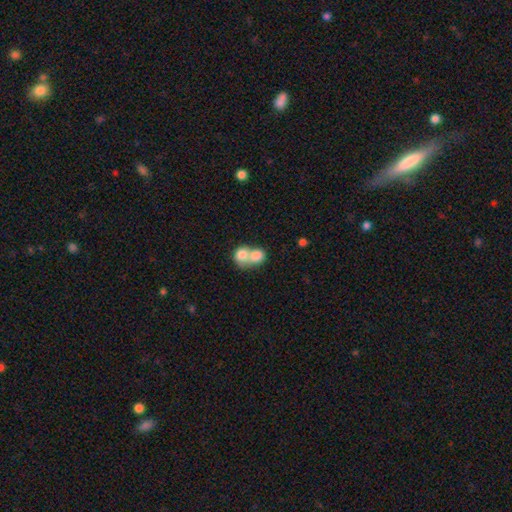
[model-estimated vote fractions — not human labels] A smooth galaxy with no disk features (77%) that is round (63%).

Vote fractions:
- Smooth or featured? smooth: 77% / featured or disk: 15% / star or artifact: 8%
- How rounded? round: 63% / in between: 36% / cigar-shaped: 1%
- Merging? merger: 75% / none: 17% / minor disturbance: 5% / major disturbance: 3%